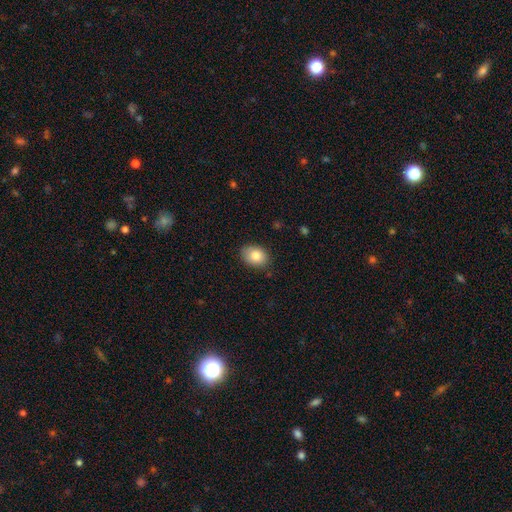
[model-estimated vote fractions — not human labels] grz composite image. It shows a smooth galaxy with no disk features (84%) that is in between round and cigar-shaped (72%). Merging: none (82%).